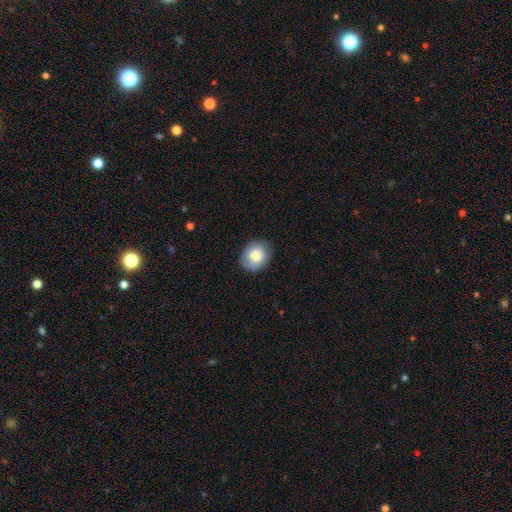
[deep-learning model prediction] Smooth or featured: smooth — 78% (featured or disk — 14%)
How rounded: round — 65% (in between — 34%)
Merging: none — 83% (minor disturbance — 13%)